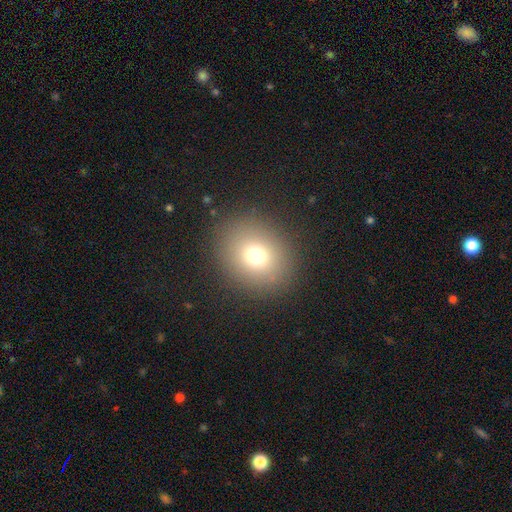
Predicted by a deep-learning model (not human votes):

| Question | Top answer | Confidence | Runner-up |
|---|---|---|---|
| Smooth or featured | smooth | 72% | star or artifact (17%) |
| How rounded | round | 67% | in between (32%) |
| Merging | none | 87% | minor disturbance (7%) |